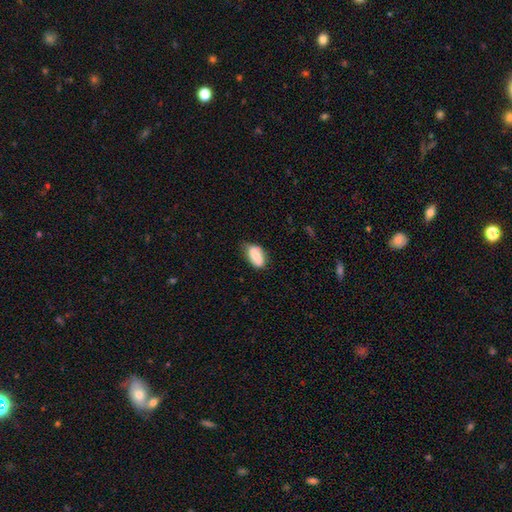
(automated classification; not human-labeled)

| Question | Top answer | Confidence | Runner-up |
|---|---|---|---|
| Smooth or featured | smooth | 75% | featured or disk (18%) |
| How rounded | in between | 91% | round (5%) |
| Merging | none | 63% | minor disturbance (29%) |